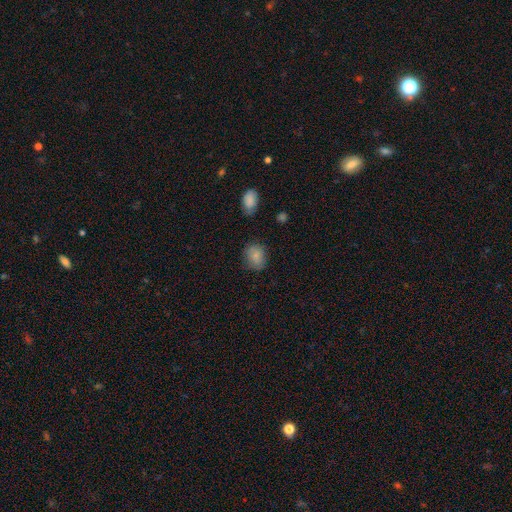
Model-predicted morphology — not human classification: Smooth or featured? Predicted: smooth (p=0.83). How rounded? Predicted: round (p=0.54). Merging? Predicted: none (p=0.78).